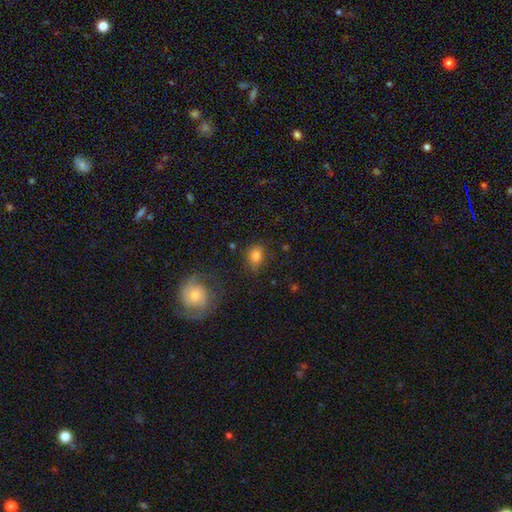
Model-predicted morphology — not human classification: A smooth galaxy with no disk features (78%) that is in between round and cigar-shaped (60%).

Vote fractions:
- Smooth or featured? smooth: 78% / star or artifact: 12% / featured or disk: 10%
- How rounded? in between: 60% / round: 39% / cigar-shaped: 1%
- Merging? none: 74% / minor disturbance: 17% / major disturbance: 6% / merger: 3%